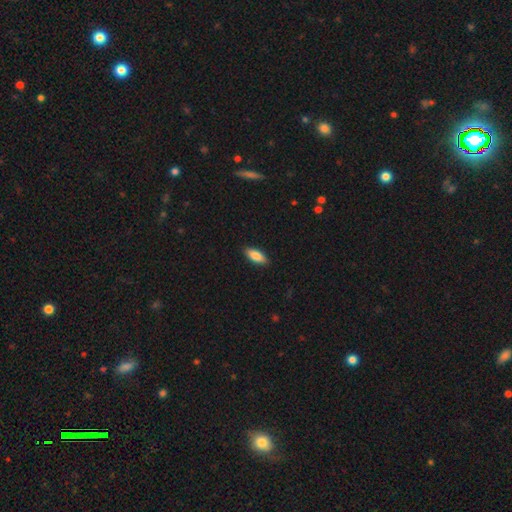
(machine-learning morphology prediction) A smooth galaxy with no disk features (84%) that is in between round and cigar-shaped (81%).

Vote fractions:
- Smooth or featured? smooth: 84% / featured or disk: 10% / star or artifact: 6%
- How rounded? in between: 81% / cigar-shaped: 17% / round: 2%
- Merging? none: 89% / minor disturbance: 9% / major disturbance: 2% / merger: 1%